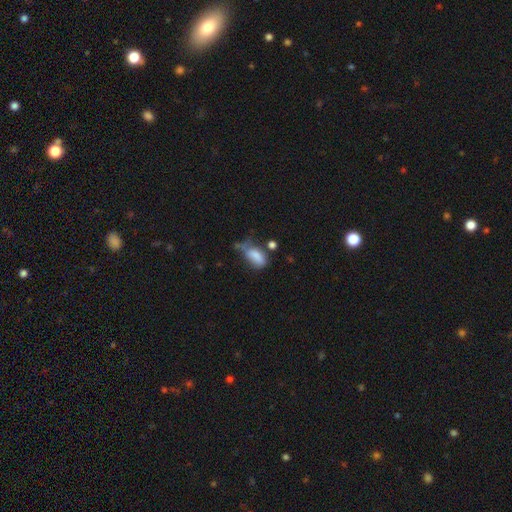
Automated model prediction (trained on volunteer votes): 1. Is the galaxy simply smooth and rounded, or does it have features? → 76% smooth, 14% featured or disk, 10% star or artifact.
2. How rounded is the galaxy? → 87% in between, 6% cigar-shaped, 6% round.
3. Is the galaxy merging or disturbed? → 32% minor disturbance, 29% none, 24% major disturbance, 16% merger.